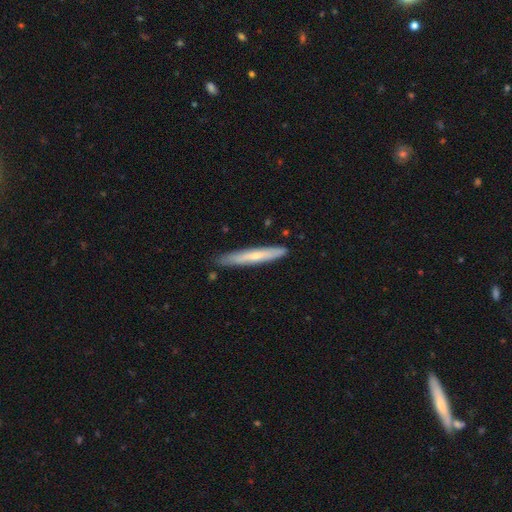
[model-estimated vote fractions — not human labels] Q: Smooth or featured?
A: smooth (56%); runner-up: featured or disk (38%)
Q: How rounded?
A: cigar-shaped (95%); runner-up: in between (4%)
Q: Merging?
A: none (84%); runner-up: minor disturbance (12%)